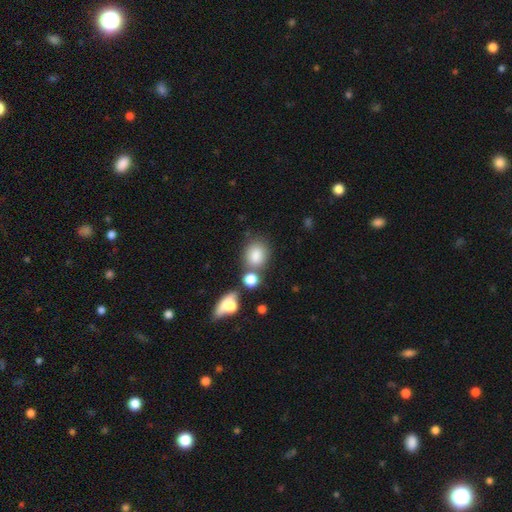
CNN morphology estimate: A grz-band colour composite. It shows a smooth galaxy with no disk features (82%) that is round (59%). Merging: none (59%).